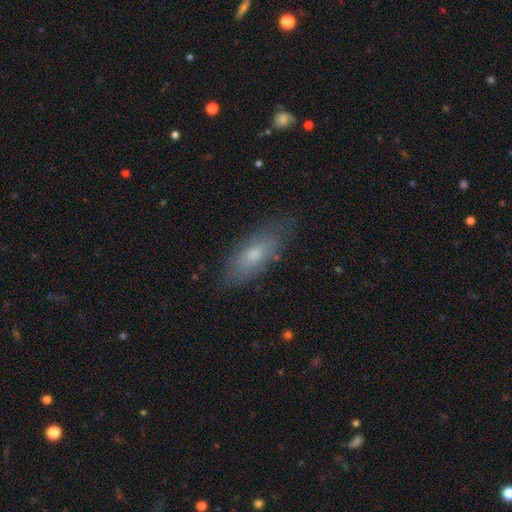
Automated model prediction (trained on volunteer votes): The model was most divided on "smooth or featured": smooth: 60%, featured or disk: 30%, star or artifact: 9%. More confident: merging — none (78%); how rounded — in between (69%).